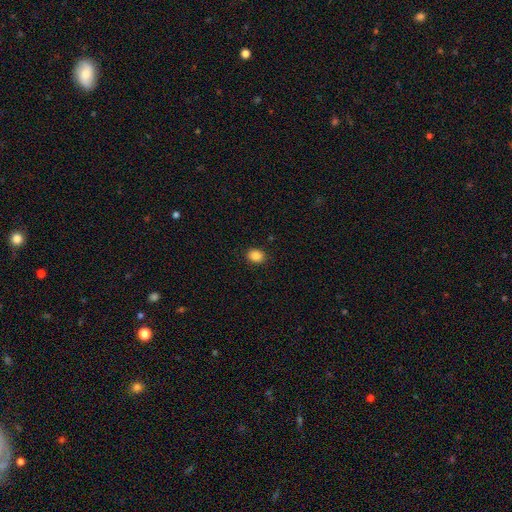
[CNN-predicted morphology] Q: Smooth or featured?
A: smooth (87%); runner-up: star or artifact (10%)
Q: How rounded?
A: round (54%); runner-up: in between (46%)
Q: Merging?
A: none (90%); runner-up: minor disturbance (7%)